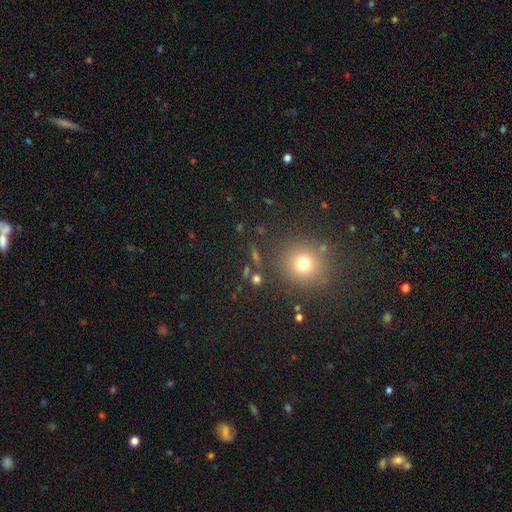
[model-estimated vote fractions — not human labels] Q: Smooth or featured?
A: smooth (53%); runner-up: star or artifact (36%)
Q: How rounded?
A: round (84%); runner-up: in between (13%)
Q: Merging?
A: none (85%); runner-up: minor disturbance (7%)